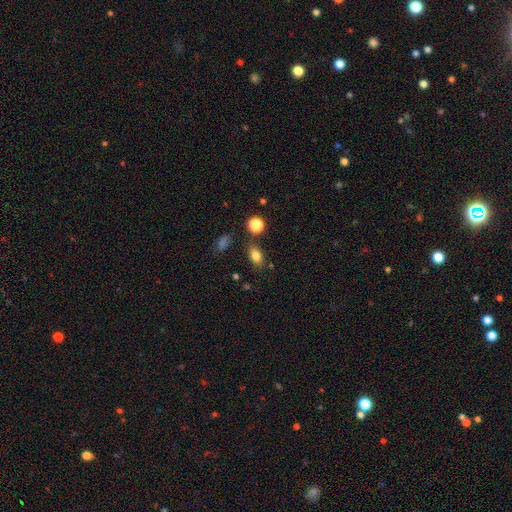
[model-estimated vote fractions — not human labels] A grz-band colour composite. It shows a smooth galaxy with no disk features (81%) that is in between round and cigar-shaped (81%). Merging: none (79%).